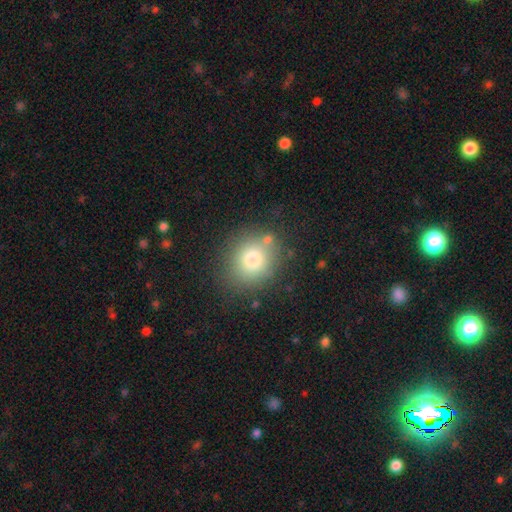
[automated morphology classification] This appears to be a smooth galaxy with no disk features (77%) that is round (77%). Merging: none (77%).